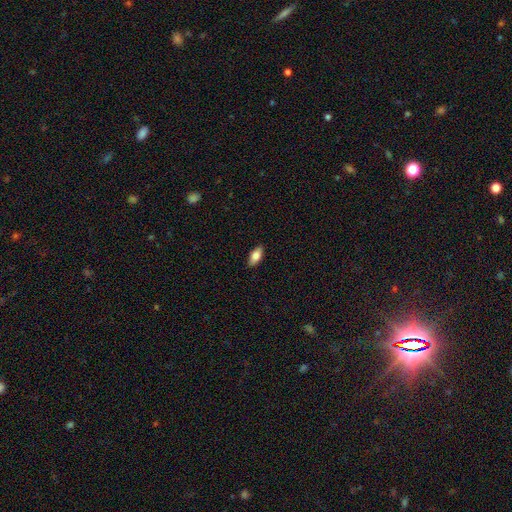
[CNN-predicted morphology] A smooth galaxy with no disk features (80%) that is in between round and cigar-shaped (87%).

Vote fractions:
- Smooth or featured? smooth: 80% / featured or disk: 13% / star or artifact: 7%
- How rounded? in between: 87% / cigar-shaped: 10% / round: 3%
- Merging? none: 88% / minor disturbance: 9% / major disturbance: 2% / merger: 1%